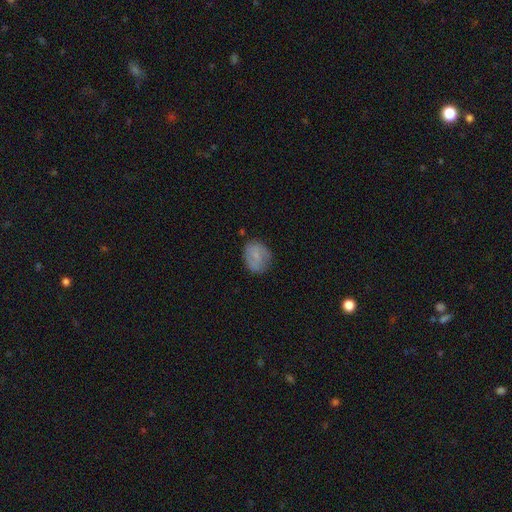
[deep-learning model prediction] This is likely a smooth galaxy (65%). How rounded: possibly round (58%). Merging: likely none (71%).